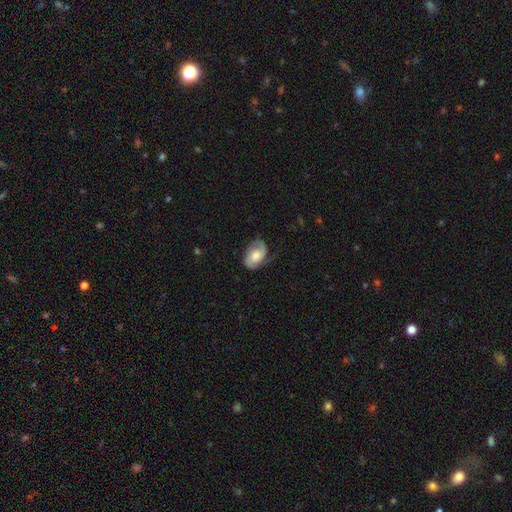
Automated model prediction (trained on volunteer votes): Overall: featured or disk (62%; smooth 31%). Edge-on disk: no (97%). Bar: no (68%). Spiral arms: yes (90%). Spiral arm count: 2 (76%). Spiral winding: medium (42%; tight 34%). Bulge size: moderate (46%; large 28%). Merging: none (63%; minor disturbance 24%).